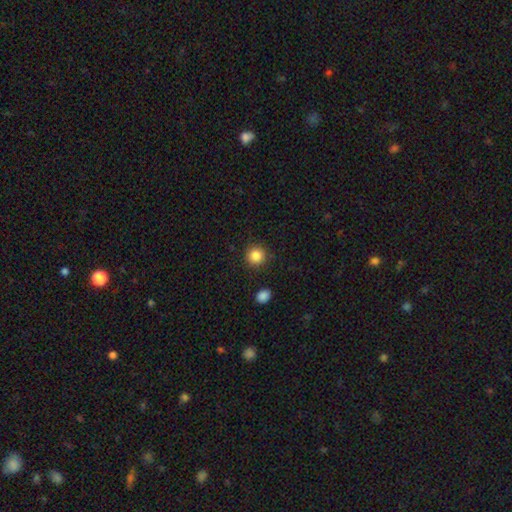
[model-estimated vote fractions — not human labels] This is clearly a smooth galaxy (86%). How rounded: clearly round (94%). Merging: clearly none (90%).